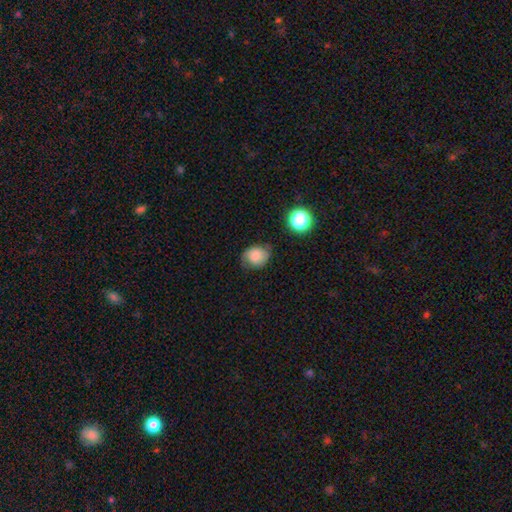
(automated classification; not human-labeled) Morphology: type=smooth (74%); roundness=round (59%); merging=none (60%).